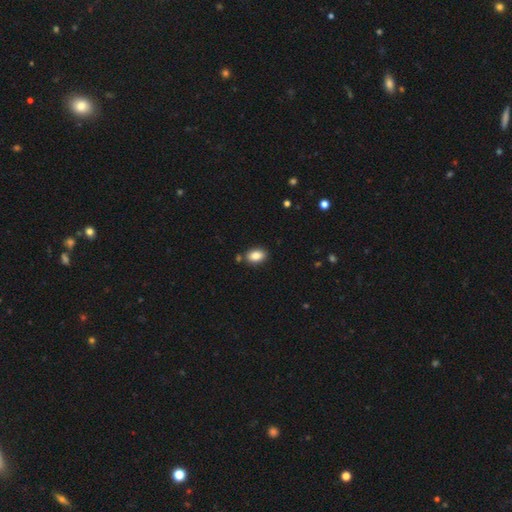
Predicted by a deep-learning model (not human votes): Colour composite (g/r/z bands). It shows a smooth galaxy with no disk features (86%) that is in between round and cigar-shaped (88%). Merging: none (82%).